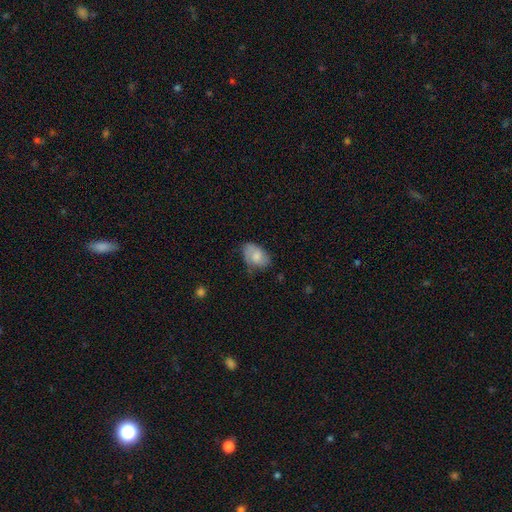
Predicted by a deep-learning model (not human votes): smooth-or-featured: smooth: 70% | featured or disk: 23% | star or artifact: 7%
  how-rounded: in between: 88% | round: 10% | cigar-shaped: 1%
  merging: none: 57% | minor disturbance: 31% | major disturbance: 10% | merger: 2%